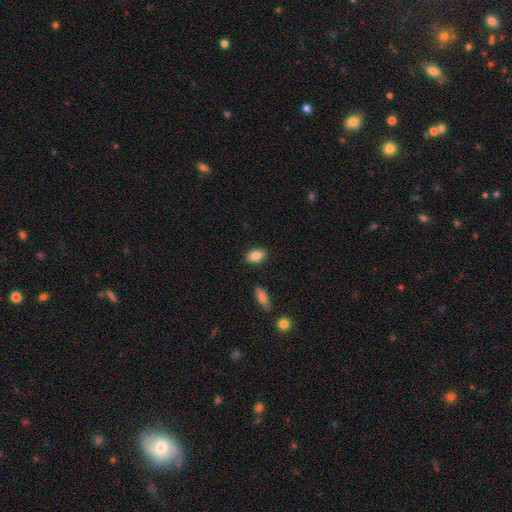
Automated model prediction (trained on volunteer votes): Overall: smooth (84%). How rounded: in between (88%). Merging: none (87%).